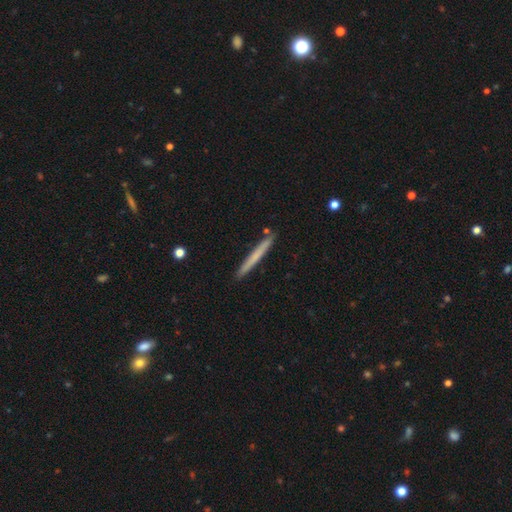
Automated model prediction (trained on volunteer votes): Smooth or featured? smooth (60%)
How rounded? cigar-shaped (97%)
Merging? none (89%)